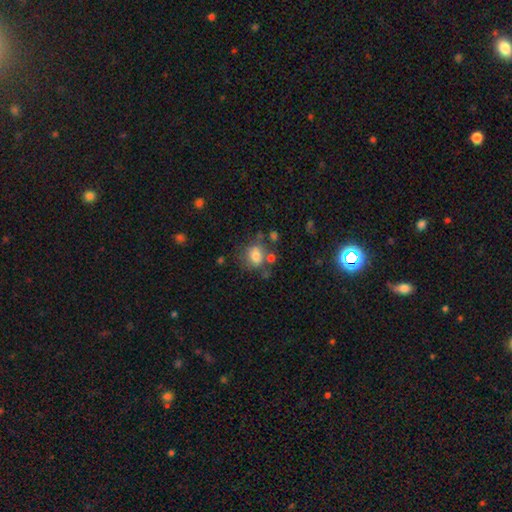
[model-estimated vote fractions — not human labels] The model was most divided on "how rounded": round: 60%, in between: 39%, cigar-shaped: 1%. More confident: smooth or featured — smooth (76%); merging — none (56%).